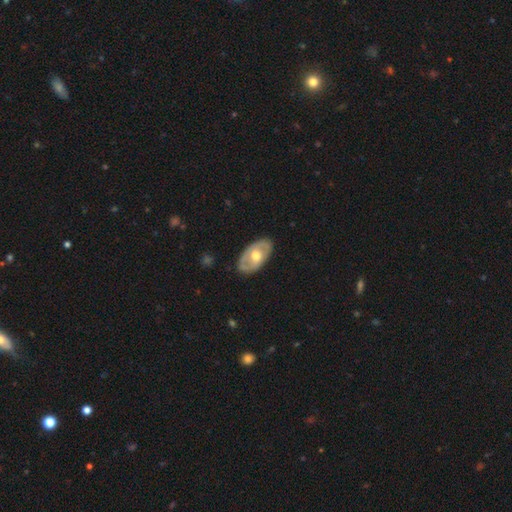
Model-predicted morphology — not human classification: smooth_or_featured: featured or disk (p=0.55) [alt: smooth p=0.40]
disk_edge_on: no (p=0.88) [alt: yes p=0.12]
merging: none (p=0.81) [alt: minor disturbance p=0.15]